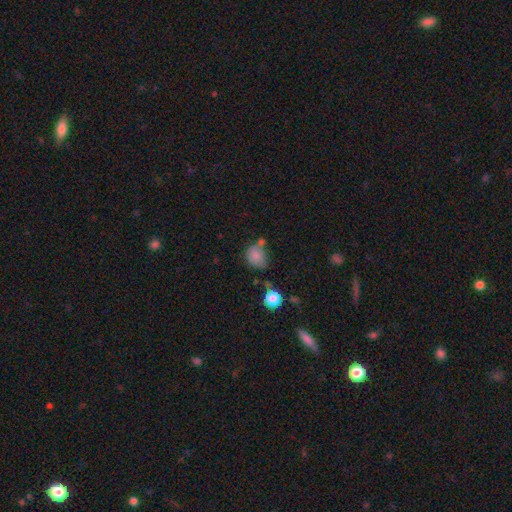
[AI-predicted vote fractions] The model was most divided on "how rounded": round: 52%, in between: 47%, cigar-shaped: 1%. Remaining: smooth or featured — smooth (78%); merging — none (44%).